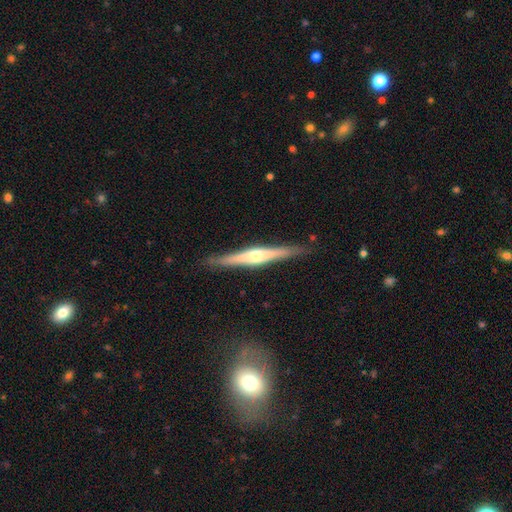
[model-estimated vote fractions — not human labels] Smooth or featured? Predicted: featured or disk (p=0.75). Edge-on disk? Predicted: yes (p=0.97). Edge-on bulge? Predicted: rounded (p=0.86). Merging? Predicted: none (p=0.89).